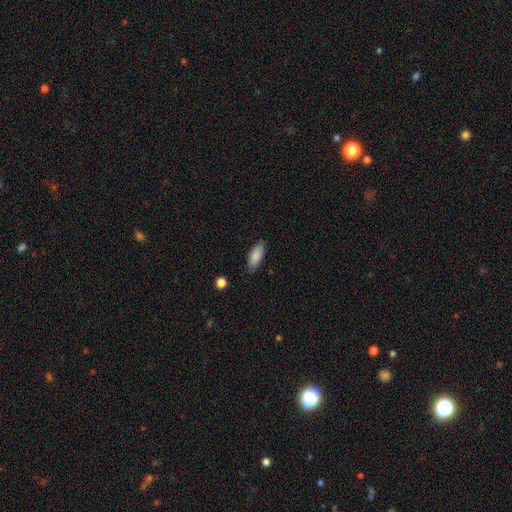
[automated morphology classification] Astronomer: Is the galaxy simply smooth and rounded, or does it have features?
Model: smooth — 86%.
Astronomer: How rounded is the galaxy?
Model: in between — 73%.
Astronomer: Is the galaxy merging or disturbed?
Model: none — 84%.